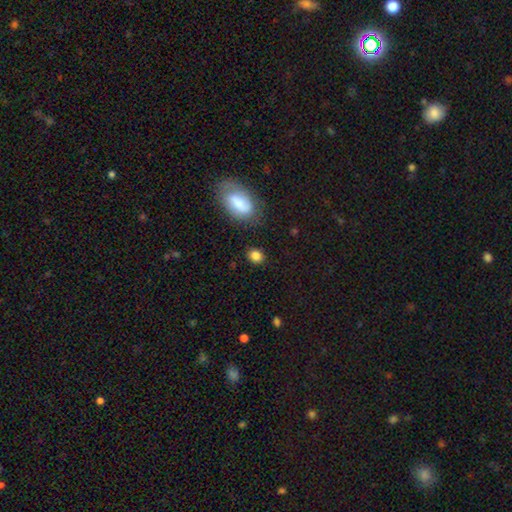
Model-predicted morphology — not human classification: Smooth or featured: smooth — 85% (star or artifact — 10%)
How rounded: round — 56% (in between — 42%)
Merging: none — 83% (minor disturbance — 11%)